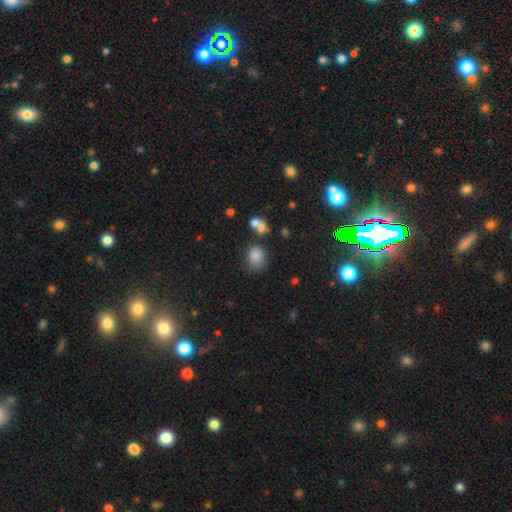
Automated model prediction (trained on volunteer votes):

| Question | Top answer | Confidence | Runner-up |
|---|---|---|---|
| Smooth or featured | smooth | 80% | star or artifact (12%) |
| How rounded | round | 60% | in between (39%) |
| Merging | none | 57% | minor disturbance (21%) |